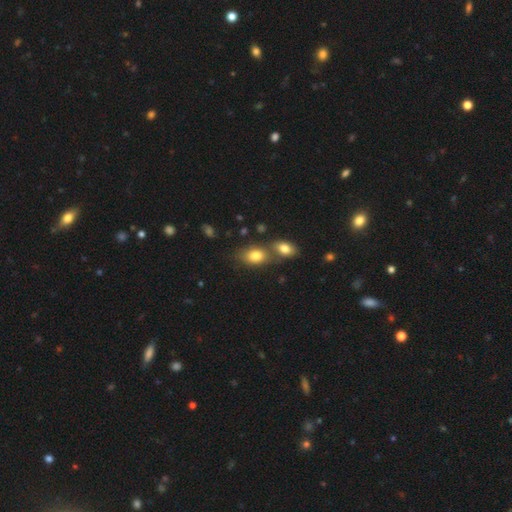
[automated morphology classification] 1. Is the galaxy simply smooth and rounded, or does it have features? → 80% smooth, 11% featured or disk, 9% star or artifact.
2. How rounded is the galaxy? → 81% in between, 17% round, 2% cigar-shaped.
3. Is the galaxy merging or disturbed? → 45% none, 40% merger, 12% minor disturbance, 4% major disturbance.